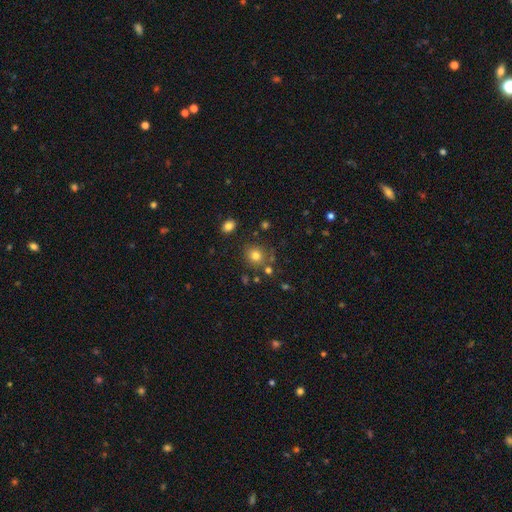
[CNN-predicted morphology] Smooth or featured? Predicted: smooth (p=0.78). How rounded? Predicted: round (p=0.82). Merging? Predicted: none (p=0.77).